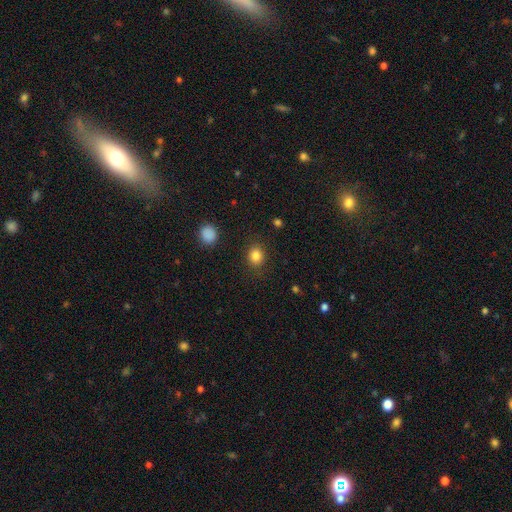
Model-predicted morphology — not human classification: smooth-or-featured: smooth: 84% | star or artifact: 11% | featured or disk: 5%
  how-rounded: round: 70% | in between: 29% | cigar-shaped: 1%
  merging: none: 86% | minor disturbance: 9% | major disturbance: 3% | merger: 1%